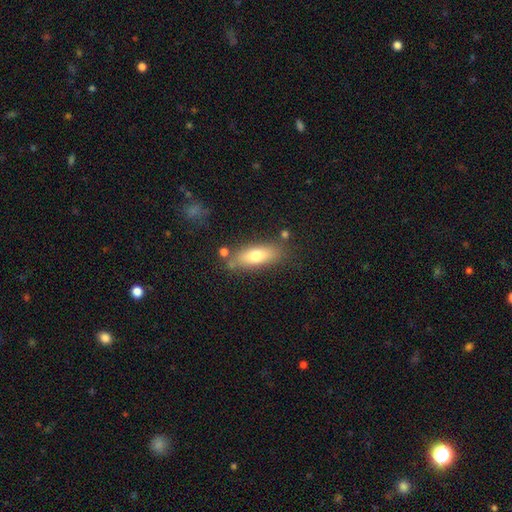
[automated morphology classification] The model was most divided on "how rounded": in between: 64%, cigar-shaped: 32%, round: 3%. More confident: merging — none (75%); smooth or featured — smooth (70%).